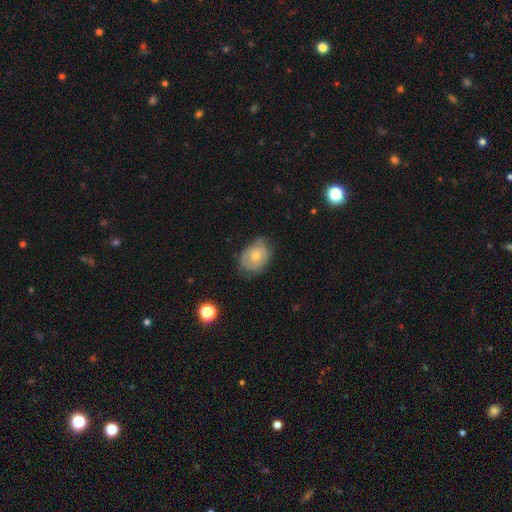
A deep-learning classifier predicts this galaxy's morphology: Overall: smooth (57%; featured or disk 35%). How rounded: in between (64%; round 35%). Merging: none (62%; minor disturbance 29%).